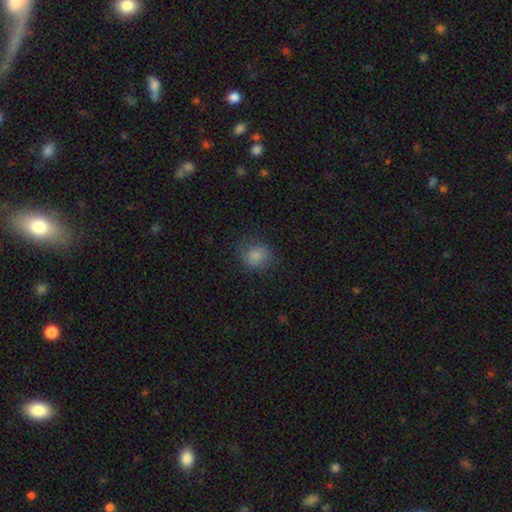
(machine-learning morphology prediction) smooth 80%, star or artifact 10%, featured or disk 10%. Down the decision tree: how rounded — round (74%); merging — none (69%).